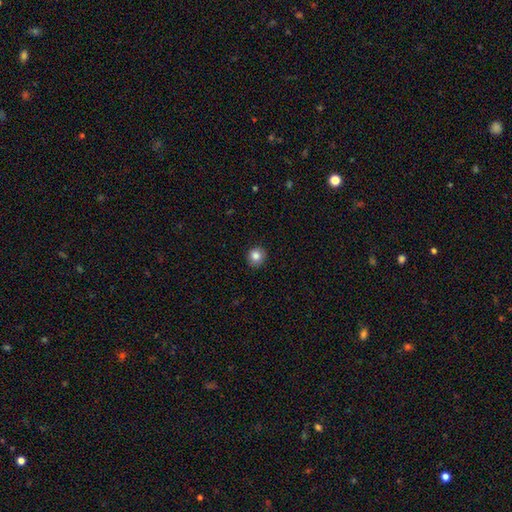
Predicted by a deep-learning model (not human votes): The model was most divided on "smooth or featured": smooth: 84%, star or artifact: 10%, featured or disk: 5%. More confident: merging — none (89%); how rounded — round (89%).